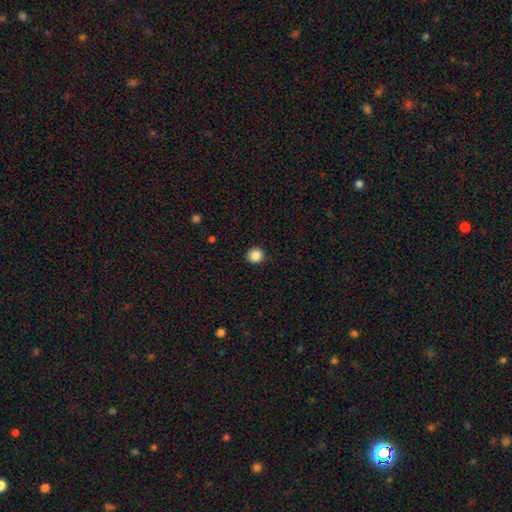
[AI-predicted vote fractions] Smooth or featured?
  - smooth: 87% *
  - star or artifact: 10%
  - featured or disk: 3%
How rounded?
  - round: 91% *
  - in between: 8%
  - cigar-shaped: 1%
Merging?
  - none: 92% *
  - minor disturbance: 6%
  - major disturbance: 2%
  - merger: 1%